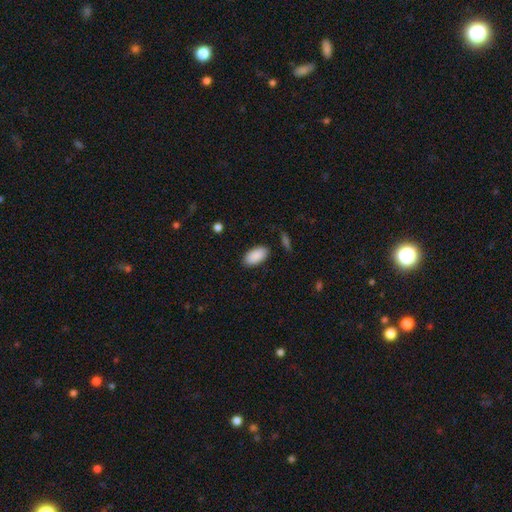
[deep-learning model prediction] smooth-or-featured: smooth: 90% | star or artifact: 6% | featured or disk: 3%
  how-rounded: in between: 95% | cigar-shaped: 2% | round: 2%
  merging: none: 87% | minor disturbance: 9% | major disturbance: 3% | merger: 1%